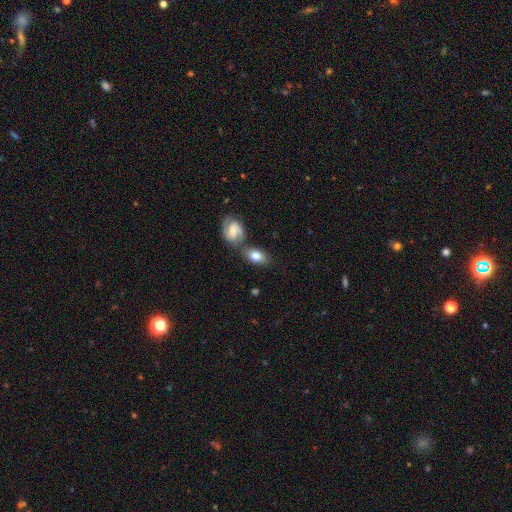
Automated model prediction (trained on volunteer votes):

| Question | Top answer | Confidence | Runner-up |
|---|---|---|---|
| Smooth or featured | smooth | 71% | featured or disk (23%) |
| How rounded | in between | 86% | round (11%) |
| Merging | none | 57% | merger (25%) |